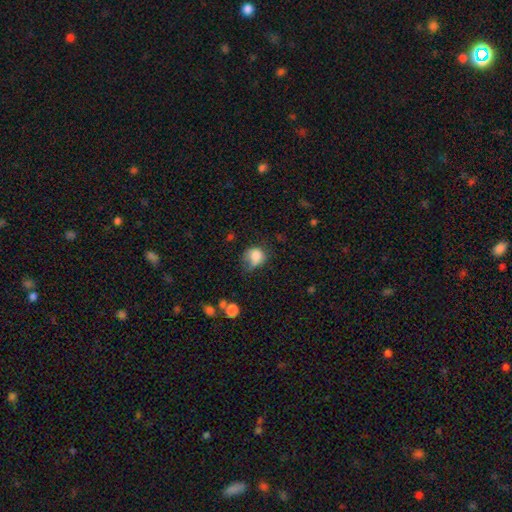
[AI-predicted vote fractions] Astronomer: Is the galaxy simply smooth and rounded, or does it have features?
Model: smooth — 79%.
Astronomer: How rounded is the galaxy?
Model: round — 63%.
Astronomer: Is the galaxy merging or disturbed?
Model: minor disturbance — 38% (runner-up: none, 36%).